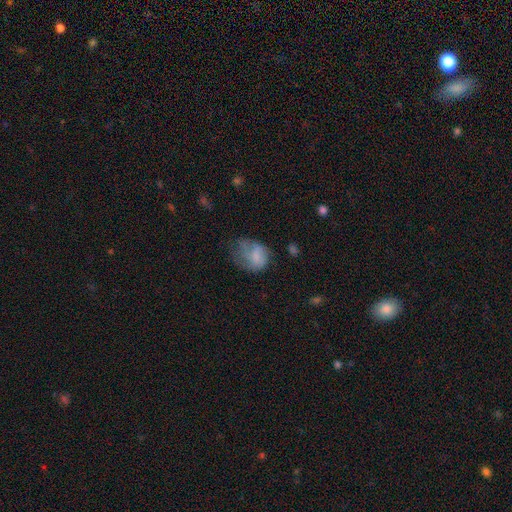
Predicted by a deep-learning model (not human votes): This is likely a smooth galaxy (67%). How rounded: possibly in between (56%). Merging: marginally major disturbance (38%).